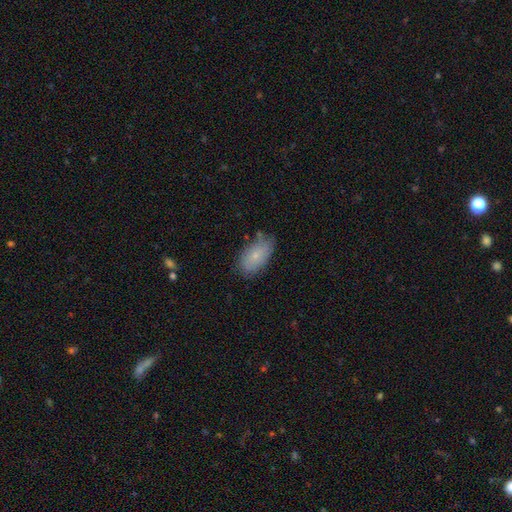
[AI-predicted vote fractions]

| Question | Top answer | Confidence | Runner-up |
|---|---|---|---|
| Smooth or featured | smooth | 74% | featured or disk (18%) |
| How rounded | in between | 93% | round (4%) |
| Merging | none | 72% | minor disturbance (22%) |